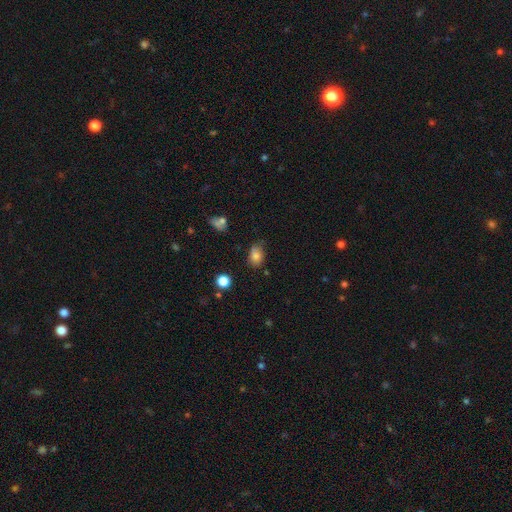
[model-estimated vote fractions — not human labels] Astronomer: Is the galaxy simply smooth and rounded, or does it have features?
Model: smooth — 81%.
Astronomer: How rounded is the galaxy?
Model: in between — 77%.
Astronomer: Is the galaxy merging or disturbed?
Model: none — 67%.